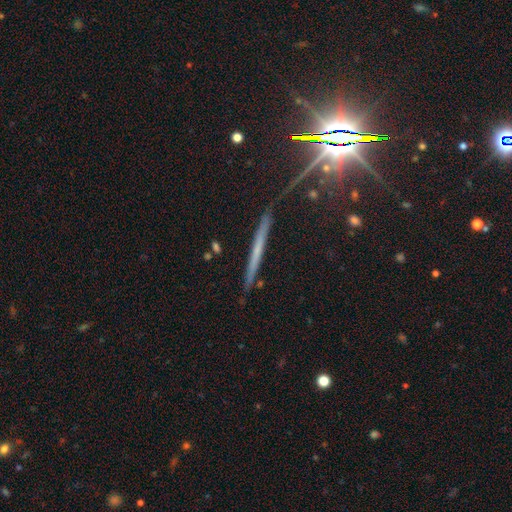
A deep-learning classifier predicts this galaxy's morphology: Overall: featured or disk (49%; smooth 33%). Merging: none (87%).